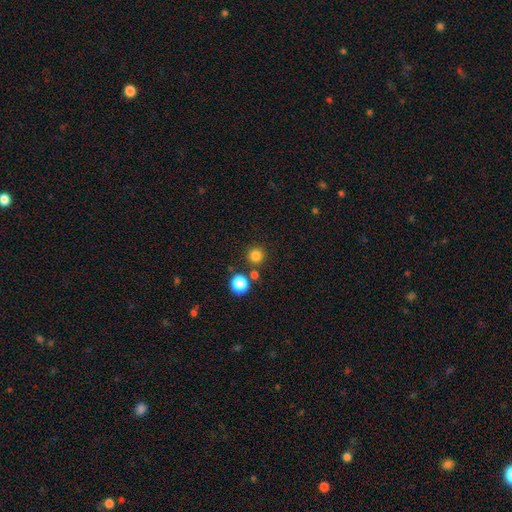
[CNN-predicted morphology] A smooth galaxy with no disk features (81%) that is round (94%). Merging: none (83%).